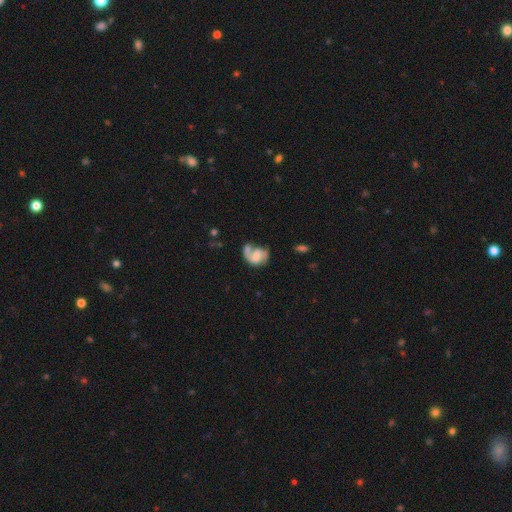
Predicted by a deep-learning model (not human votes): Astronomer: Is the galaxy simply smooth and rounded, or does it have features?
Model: featured or disk — 58% (runner-up: smooth, 34%).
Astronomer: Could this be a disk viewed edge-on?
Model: no — 97%.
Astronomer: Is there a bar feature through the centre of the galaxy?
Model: no — 57% (runner-up: weak, 34%).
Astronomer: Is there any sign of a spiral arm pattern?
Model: yes — 80%.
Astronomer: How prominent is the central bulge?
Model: none — 32% (runner-up: moderate, 26%).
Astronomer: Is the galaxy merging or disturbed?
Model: none — 31% (runner-up: merger, 30%).